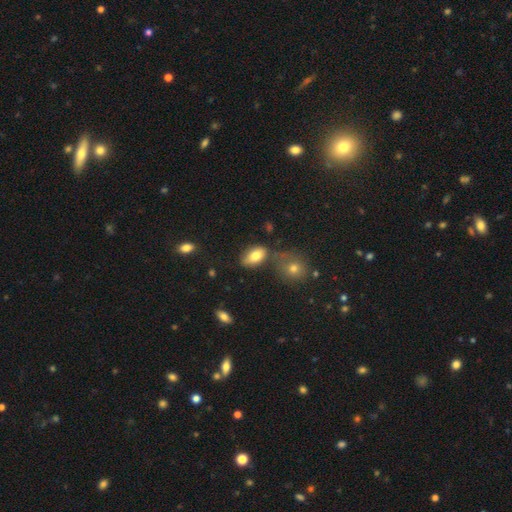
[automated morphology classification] This is likely a smooth galaxy (79%). How rounded: clearly in between (91%). Merging: possibly none (60%).